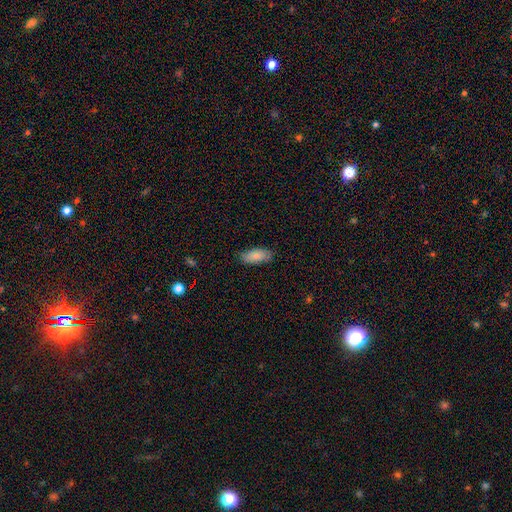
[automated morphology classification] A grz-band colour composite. It shows a smooth galaxy with no disk features (82%) that is in between round and cigar-shaped (88%). Merging: none (83%).